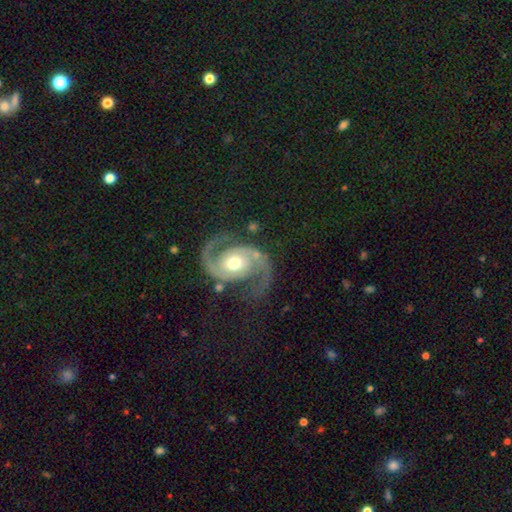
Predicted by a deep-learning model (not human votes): This appears to be a featured or disk galaxy (93%) with no bar (66%), 2 (95%) medium (58%) spiral arms (98%) and a moderate central bulge (76%). Merging: none (79%).